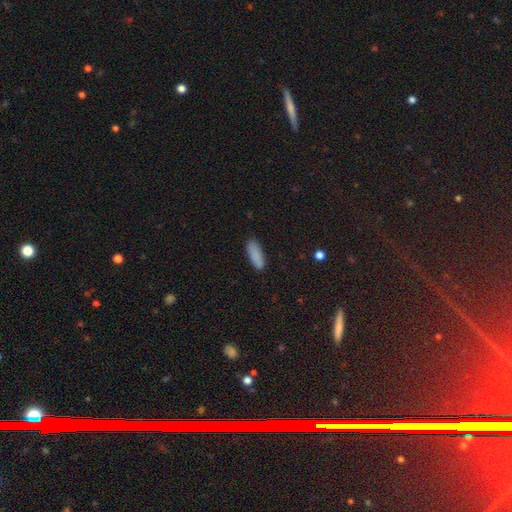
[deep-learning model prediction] smooth 87%, star or artifact 7%, featured or disk 6%. Down the decision tree: how rounded — in between (59%); merging — none (84%).